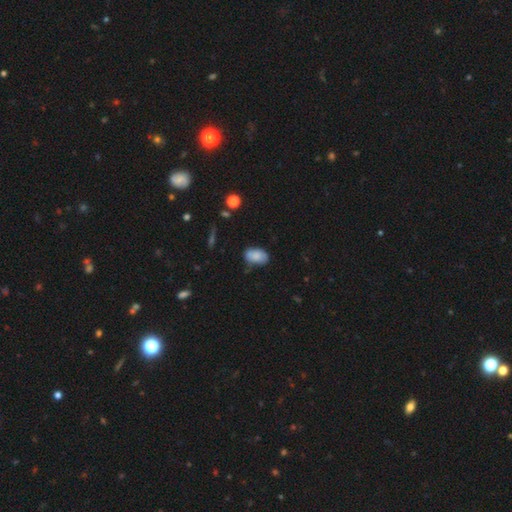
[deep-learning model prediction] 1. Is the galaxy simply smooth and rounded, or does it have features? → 82% smooth, 10% featured or disk, 8% star or artifact.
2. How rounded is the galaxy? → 90% in between, 8% round, 2% cigar-shaped.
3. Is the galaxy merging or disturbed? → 67% none, 25% minor disturbance, 5% major disturbance, 3% merger.